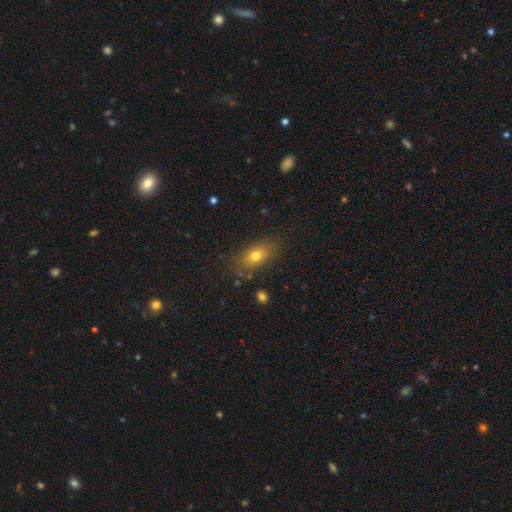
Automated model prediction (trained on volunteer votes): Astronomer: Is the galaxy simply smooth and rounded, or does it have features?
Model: smooth — 74%.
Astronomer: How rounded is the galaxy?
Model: in between — 81%.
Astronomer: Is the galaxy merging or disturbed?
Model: none — 80%.